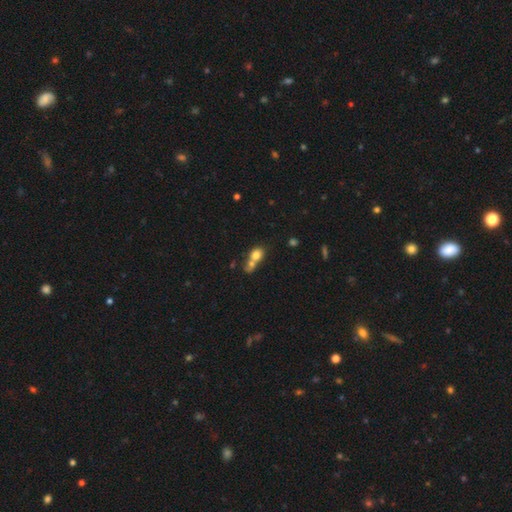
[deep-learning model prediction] A smooth galaxy with no disk features (74%) that is round (59%). Merging: merger (64%).